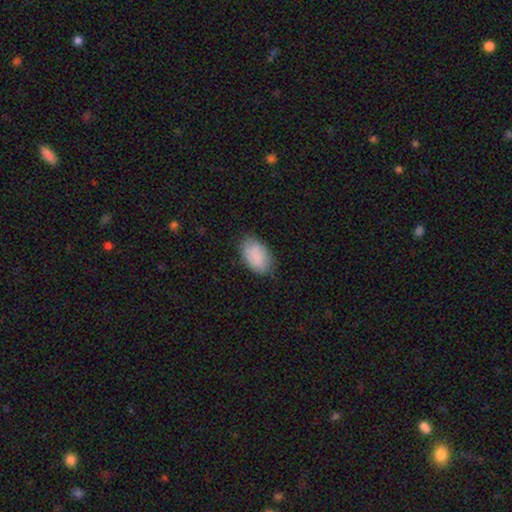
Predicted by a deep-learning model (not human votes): Overall: smooth (87%). How rounded: in between (93%). Merging: none (78%).